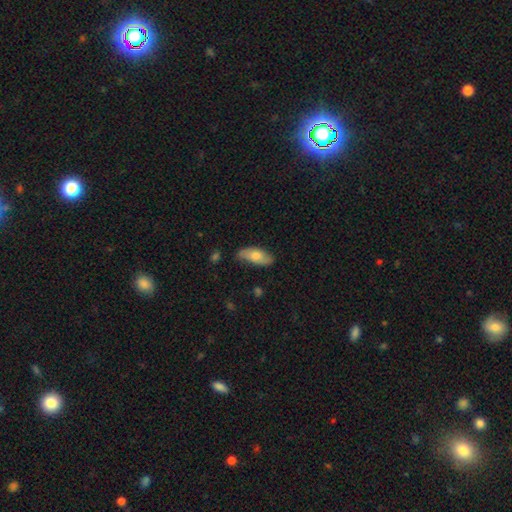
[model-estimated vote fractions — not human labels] smooth-or-featured: smooth: 64% | featured or disk: 30% | star or artifact: 6%
  how-rounded: in between: 83% | cigar-shaped: 15% | round: 3%
  merging: none: 75% | minor disturbance: 20% | major disturbance: 4% | merger: 2%